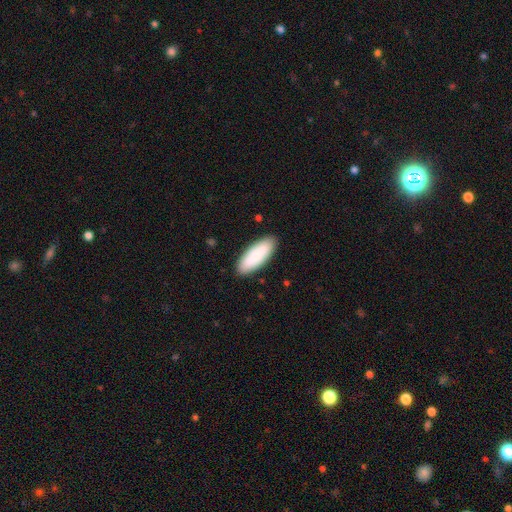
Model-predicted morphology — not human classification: This appears to be a smooth galaxy with no disk features (84%) that is in between round and cigar-shaped (77%). Merging: none (88%).